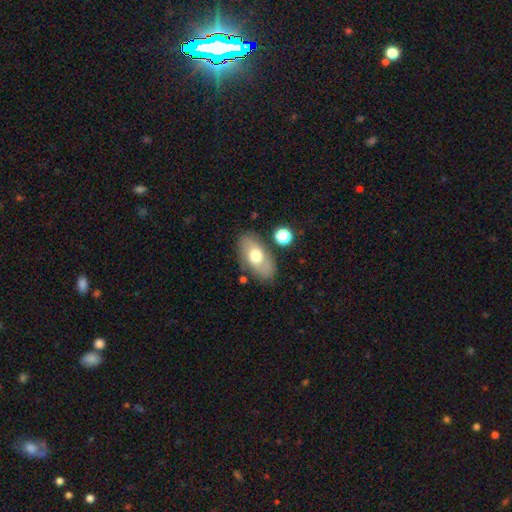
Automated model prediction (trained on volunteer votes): smooth-or-featured: smooth: 62% | featured or disk: 31% | star or artifact: 7%
  how-rounded: in between: 91% | round: 6% | cigar-shaped: 3%
  merging: none: 78% | minor disturbance: 14% | major disturbance: 4% | merger: 4%